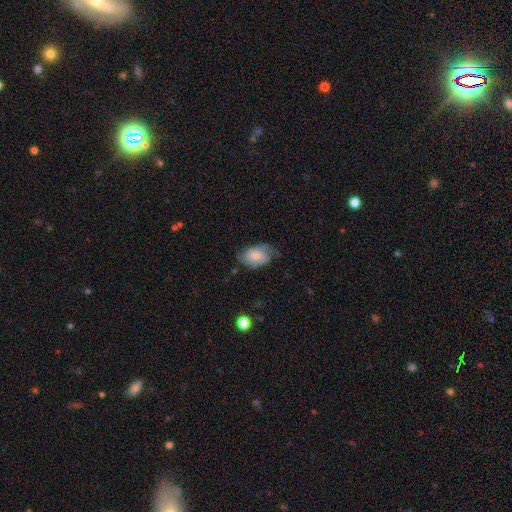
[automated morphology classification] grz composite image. It shows a featured or disk galaxy (51%). Merging: none (64%).